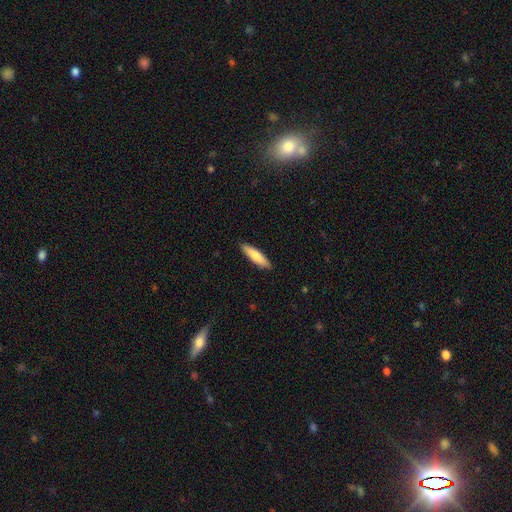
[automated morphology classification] A smooth galaxy with no disk features (78%) that is cigar-shaped (75%).

Vote fractions:
- Smooth or featured? smooth: 78% / featured or disk: 16% / star or artifact: 5%
- How rounded? cigar-shaped: 75% / in between: 24% / round: 1%
- Merging? none: 89% / minor disturbance: 8% / major disturbance: 2% / merger: 1%